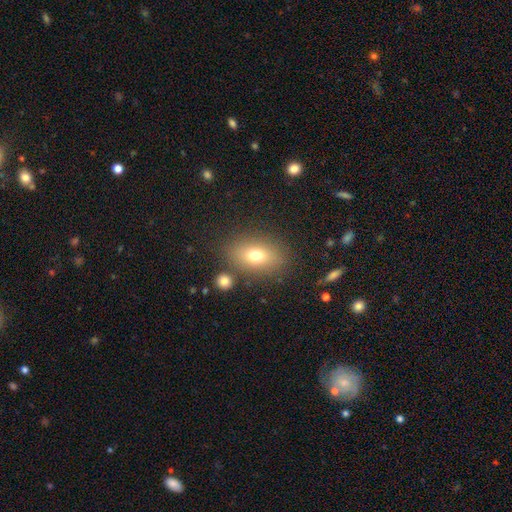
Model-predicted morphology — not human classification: Smooth or featured? Predicted: smooth (p=0.73). How rounded? Predicted: in between (p=0.80). Merging? Predicted: none (p=0.80).